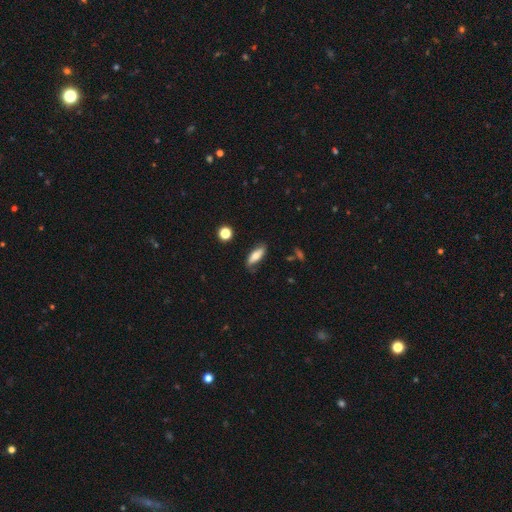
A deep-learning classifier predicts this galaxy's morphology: This is likely a smooth galaxy (72%). How rounded: likely in between (65%). Merging: likely none (74%).